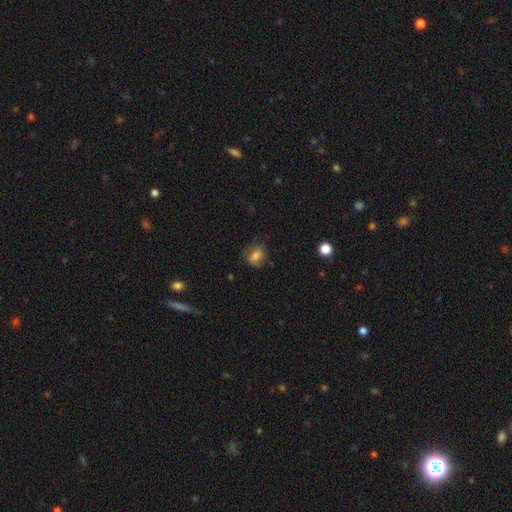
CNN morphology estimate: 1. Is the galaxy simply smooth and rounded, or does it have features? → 73% smooth, 16% featured or disk, 11% star or artifact.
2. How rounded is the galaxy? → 62% in between, 36% round, 2% cigar-shaped.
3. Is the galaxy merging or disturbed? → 61% none, 26% minor disturbance, 11% major disturbance, 2% merger.